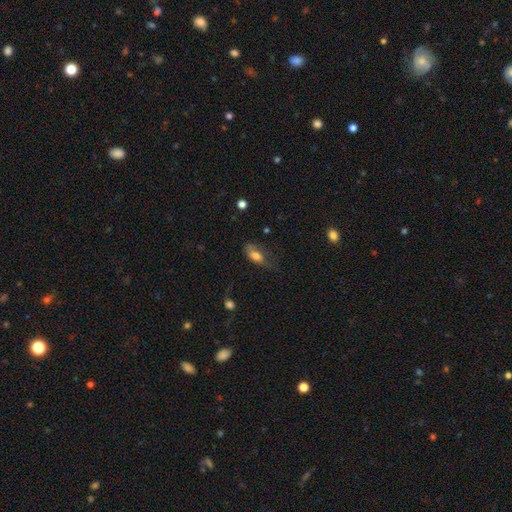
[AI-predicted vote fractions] A smooth galaxy with no disk features (70%) that is in between round and cigar-shaped (85%).

Vote fractions:
- Smooth or featured? smooth: 70% / featured or disk: 21% / star or artifact: 9%
- How rounded? in between: 85% / cigar-shaped: 9% / round: 6%
- Merging? none: 34% / major disturbance: 32% / minor disturbance: 30% / merger: 3%